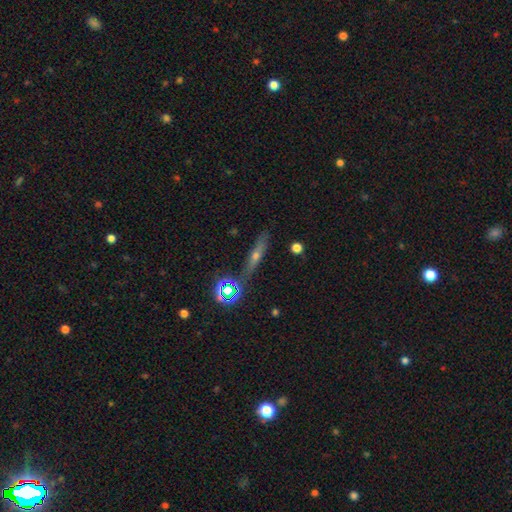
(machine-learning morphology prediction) type=featured or disk (49%); merging=none (81%).